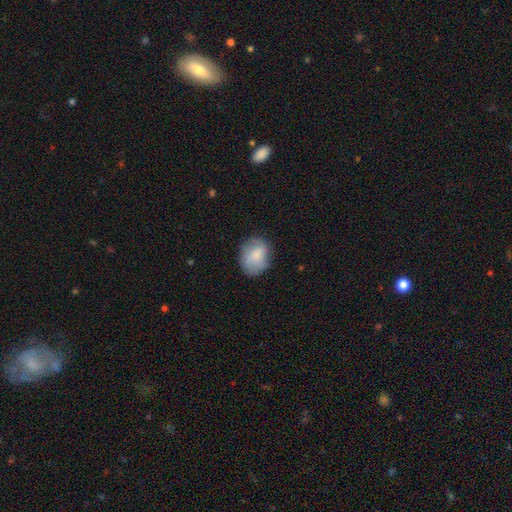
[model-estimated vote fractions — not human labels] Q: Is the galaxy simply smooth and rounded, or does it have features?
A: smooth — 69%.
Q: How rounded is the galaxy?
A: round — 53%.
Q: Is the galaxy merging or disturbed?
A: none — 71%.